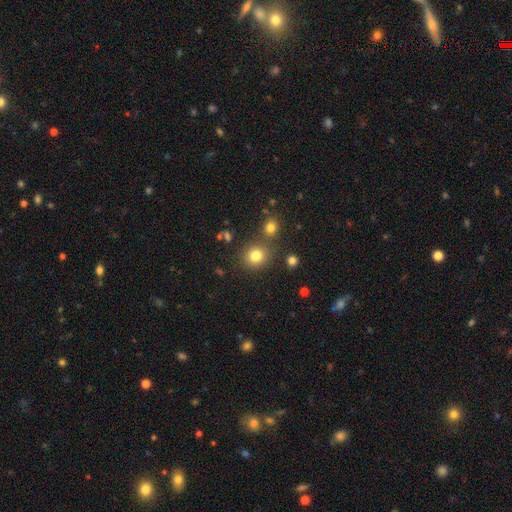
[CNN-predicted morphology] Smooth or featured: smooth — 80% (star or artifact — 14%)
How rounded: round — 86% (in between — 13%)
Merging: none — 78% (merger — 11%)